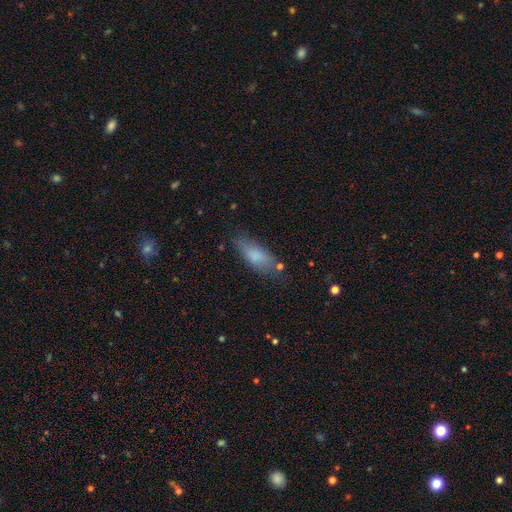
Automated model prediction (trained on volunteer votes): This is likely a smooth galaxy (78%). How rounded: likely in between (72%). Merging: likely none (68%).